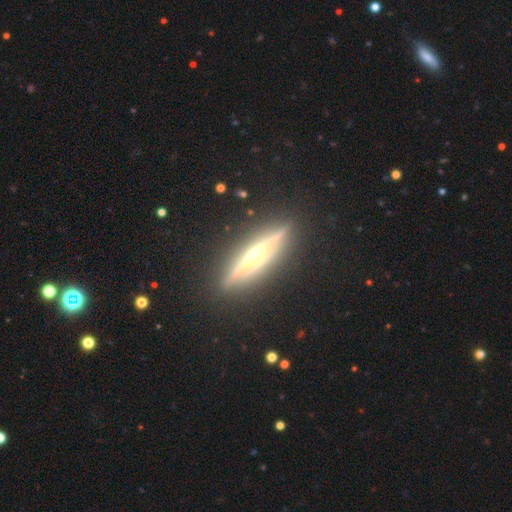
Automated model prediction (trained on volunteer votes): This appears to be a featured or disk galaxy (80%) viewed edge-on (97%) with a rounded central bulge (87%). Merging: none (89%).